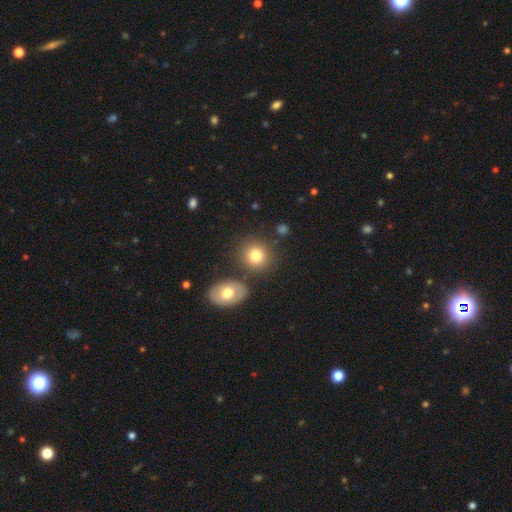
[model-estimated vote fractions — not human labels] The model was most divided on "how rounded": round: 79%, in between: 20%, cigar-shaped: 1%. More confident: smooth or featured — smooth (79%); merging — none (75%).